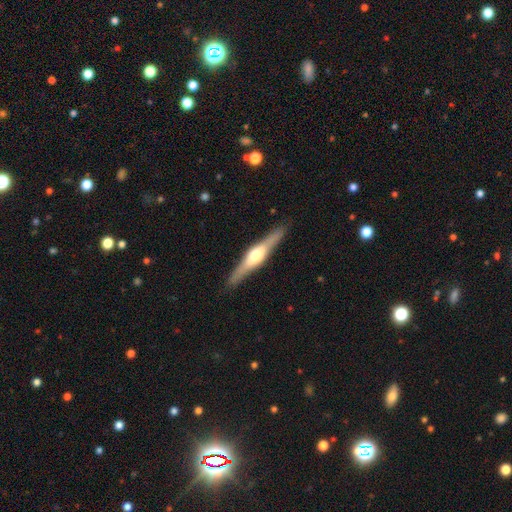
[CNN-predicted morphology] Smooth or featured: featured or disk — 71% (smooth — 24%)
Edge-on disk: yes — 97% (no — 3%)
Edge-on bulge: rounded — 88% (boxy — 9%)
Merging: none — 90% (minor disturbance — 8%)